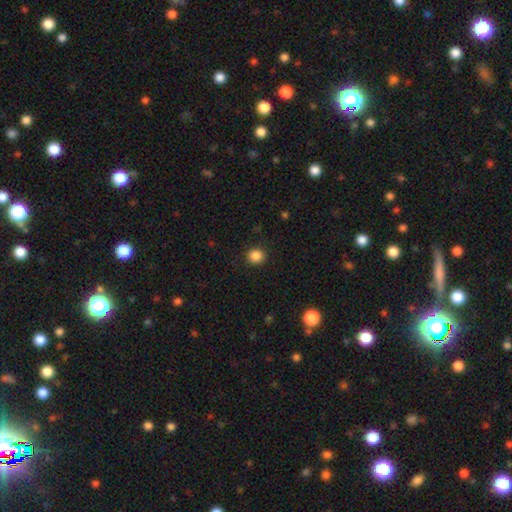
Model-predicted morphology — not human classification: smooth 87%, star or artifact 10%, featured or disk 3%. Down the decision tree: how rounded — round (85%); merging — none (90%).